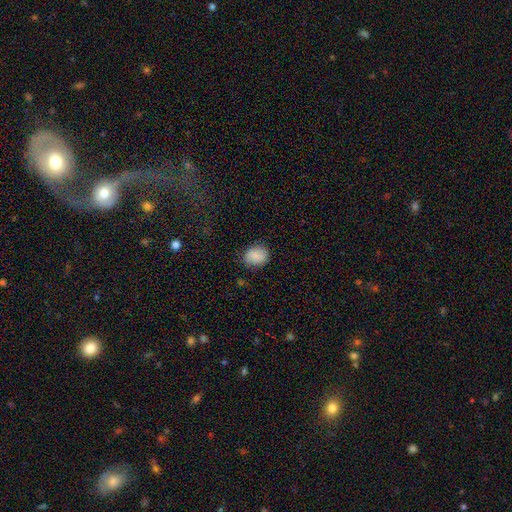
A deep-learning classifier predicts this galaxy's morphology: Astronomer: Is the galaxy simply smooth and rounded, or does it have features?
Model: smooth — 86%.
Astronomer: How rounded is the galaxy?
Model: in between — 54% (runner-up: round, 45%).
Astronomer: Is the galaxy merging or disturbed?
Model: none — 80%.